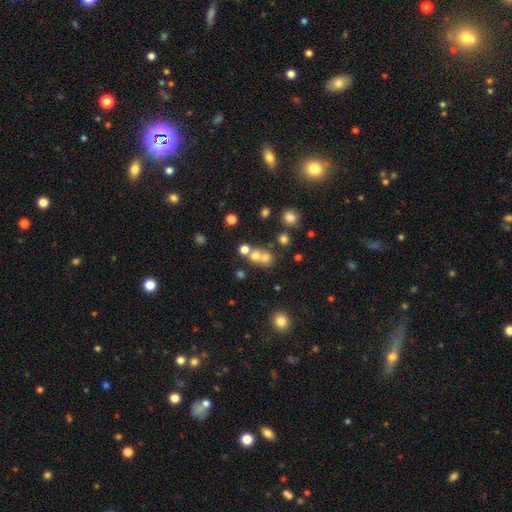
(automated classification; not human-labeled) Morphology: type=smooth (63%); roundness=round (77%); merging=merger (50%).